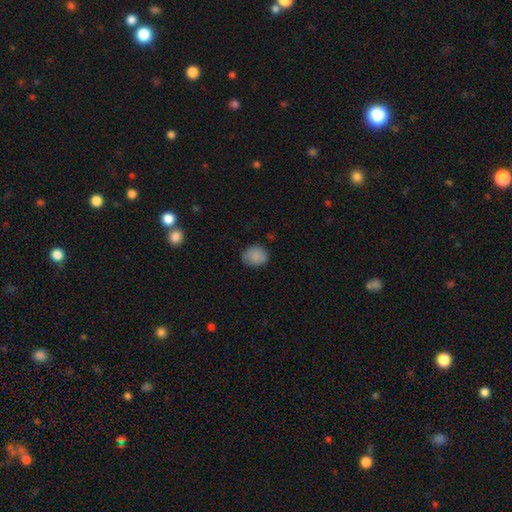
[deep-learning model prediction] Smooth or featured? smooth (85%)
How rounded? round (56%)
Merging? none (74%)